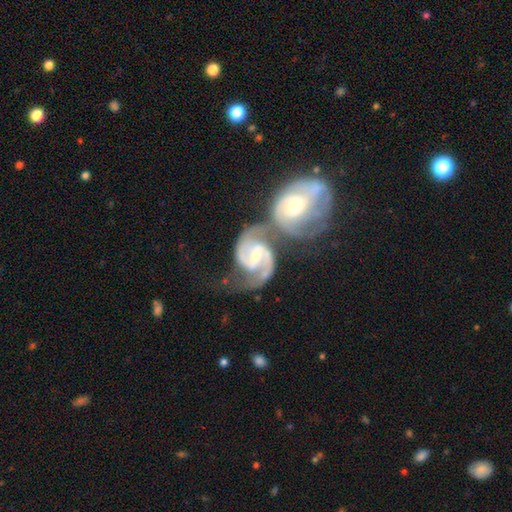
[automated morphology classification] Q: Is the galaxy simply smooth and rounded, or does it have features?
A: featured or disk — 93%.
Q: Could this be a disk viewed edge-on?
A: no — 98%.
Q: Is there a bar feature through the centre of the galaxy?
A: weak — 49%.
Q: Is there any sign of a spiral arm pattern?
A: yes — 98%.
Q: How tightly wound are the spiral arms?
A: medium — 63%.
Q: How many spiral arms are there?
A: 2 — 93%.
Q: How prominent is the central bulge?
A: small — 53%.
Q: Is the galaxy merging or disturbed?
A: merger — 61%.